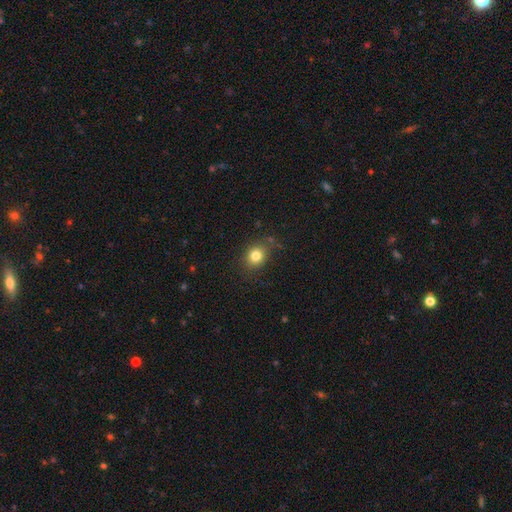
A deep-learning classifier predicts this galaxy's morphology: Smooth or featured?
  - smooth: 81% *
  - star or artifact: 12%
  - featured or disk: 7%
How rounded?
  - round: 66% *
  - in between: 33%
  - cigar-shaped: 1%
Merging?
  - none: 79% *
  - minor disturbance: 15%
  - major disturbance: 4%
  - merger: 2%